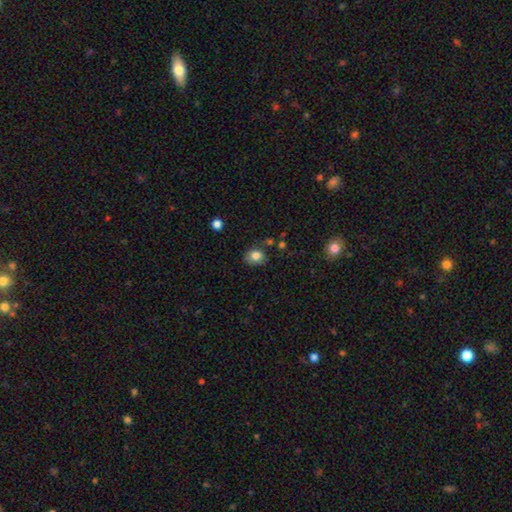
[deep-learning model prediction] smooth 82%, star or artifact 10%, featured or disk 8%. Down the decision tree: how rounded — round (53%); merging — none (71%).